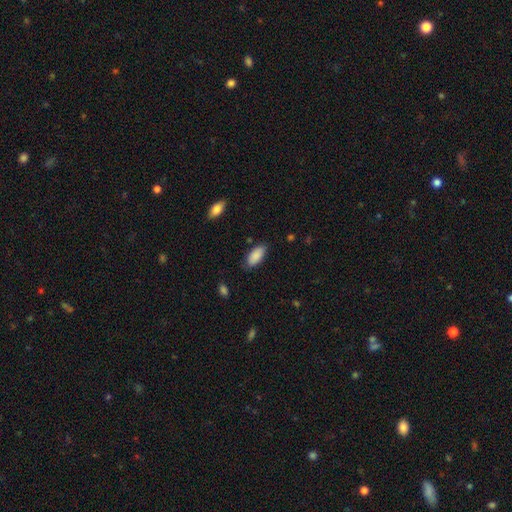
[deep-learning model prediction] Smooth or featured? smooth (89%)
How rounded? in between (92%)
Merging? none (81%)